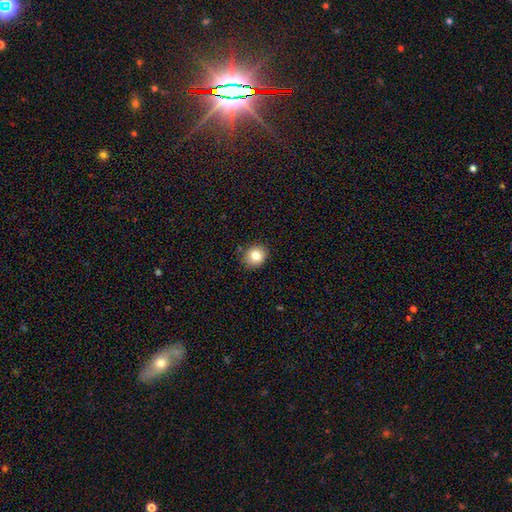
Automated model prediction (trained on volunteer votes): This appears to be a smooth galaxy with no disk features (80%) that is round (73%). Merging: none (86%).